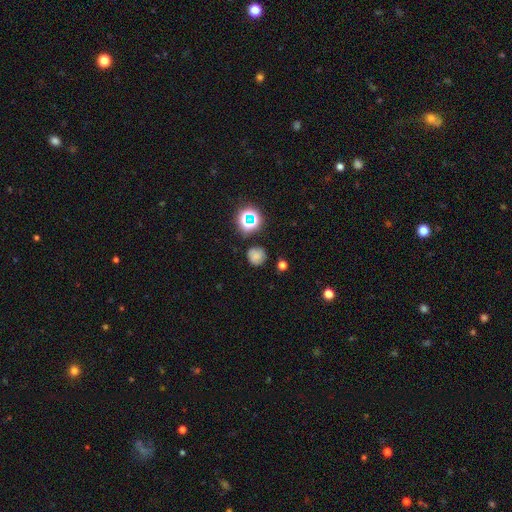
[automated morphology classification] Smooth or featured: smooth — 68% (star or artifact — 20%)
How rounded: round — 89% (in between — 10%)
Merging: none — 75% (minor disturbance — 17%)